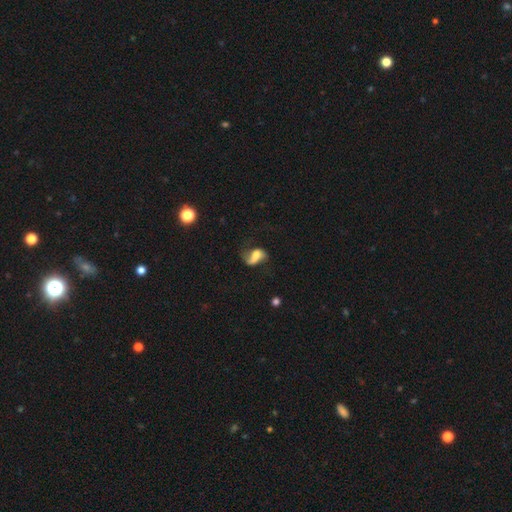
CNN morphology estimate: This is possibly a featured or disk galaxy (54%). It is clearly not viewed edge-on (96%). Bar: marginally no (43%). Spiral arm pattern: likely yes (78%). Central bulge: marginally moderate (30%). Merging: marginally none (39%).